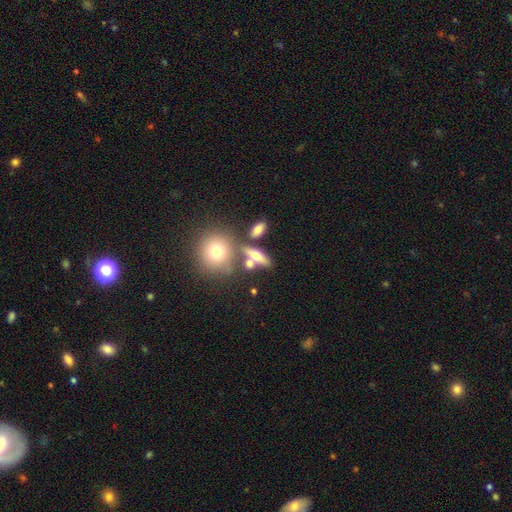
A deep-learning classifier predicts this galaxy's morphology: smooth 53%, featured or disk 36%, star or artifact 11%. Down the decision tree: how rounded — in between (43%); merging — none (61%).